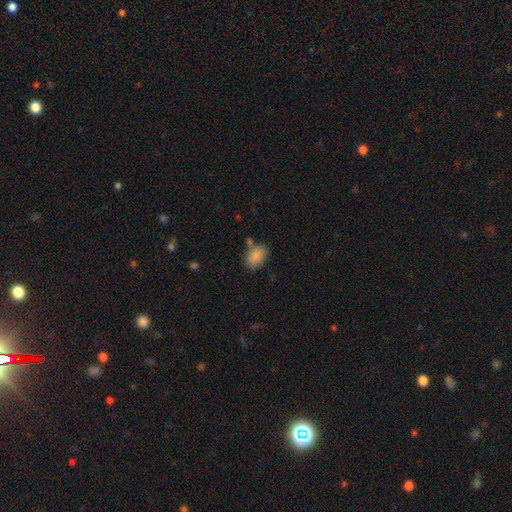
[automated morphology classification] smooth-or-featured: smooth: 87% | star or artifact: 8% | featured or disk: 6%
  how-rounded: in between: 84% | round: 15% | cigar-shaped: 1%
  merging: none: 70% | minor disturbance: 16% | merger: 11% | major disturbance: 4%